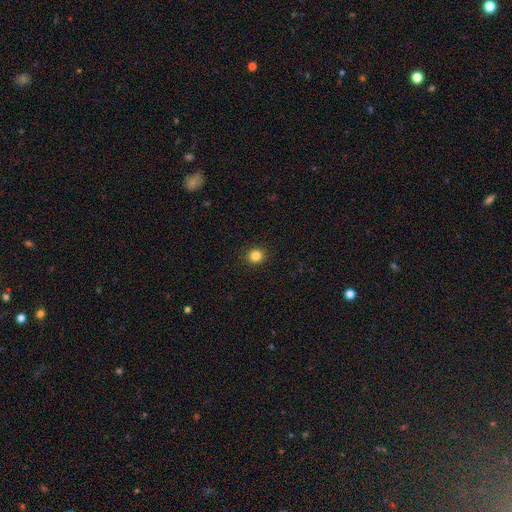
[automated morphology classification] Overall: smooth (84%). How rounded: round (89%). Merging: none (92%).